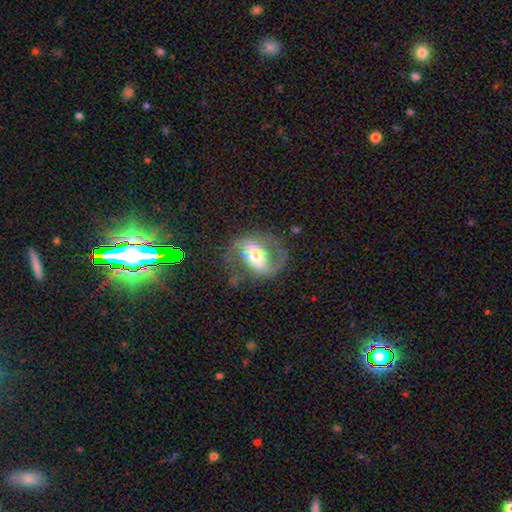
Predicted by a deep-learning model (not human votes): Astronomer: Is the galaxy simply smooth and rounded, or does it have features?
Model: featured or disk — 80%.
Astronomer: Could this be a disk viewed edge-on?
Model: no — 97%.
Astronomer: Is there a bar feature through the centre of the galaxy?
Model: weak — 39% (runner-up: no, 33%).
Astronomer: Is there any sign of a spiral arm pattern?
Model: yes — 89%.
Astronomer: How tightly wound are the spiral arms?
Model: medium — 48% (runner-up: loose, 38%).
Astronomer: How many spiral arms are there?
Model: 2 — 86%.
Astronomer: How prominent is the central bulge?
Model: moderate — 65%.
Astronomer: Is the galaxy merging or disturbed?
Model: none — 62%.